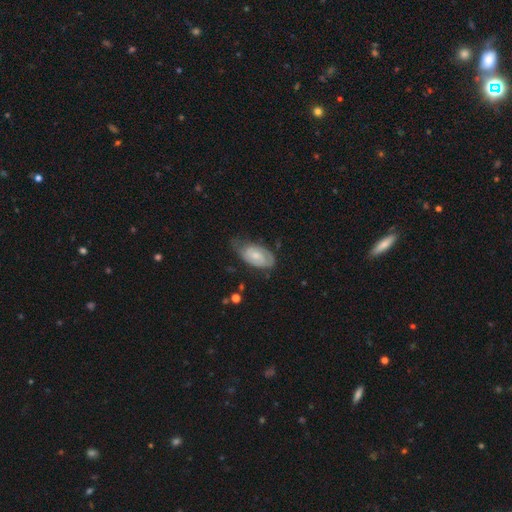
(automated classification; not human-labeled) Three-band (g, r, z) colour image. It shows a featured or disk galaxy (56%) with no bar (60%), spiral arms (80%) and a small central bulge (44%). Merging: none (47%).